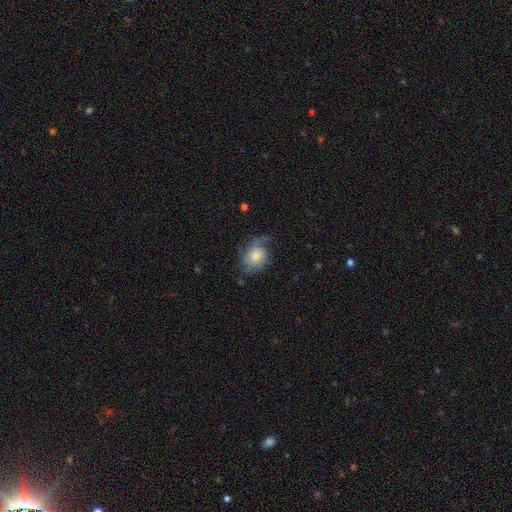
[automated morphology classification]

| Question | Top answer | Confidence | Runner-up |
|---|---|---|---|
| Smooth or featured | featured or disk | 54% | smooth (38%) |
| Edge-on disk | no | 96% | yes (4%) |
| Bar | no | 78% | weak (19%) |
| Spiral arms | yes | 84% | no (16%) |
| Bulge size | moderate | 49% | large (22%) |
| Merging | none | 47% | minor disturbance (27%) |